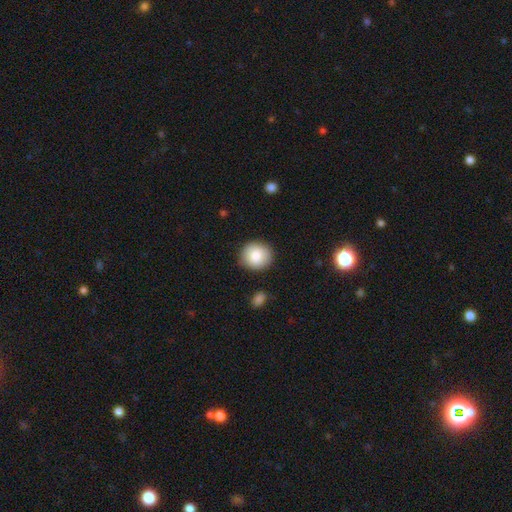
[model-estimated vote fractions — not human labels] smooth-or-featured: smooth: 85% | featured or disk: 8% | star or artifact: 7%
  how-rounded: round: 87% | in between: 12% | cigar-shaped: 1%
  merging: none: 88% | minor disturbance: 8% | major disturbance: 2% | merger: 2%